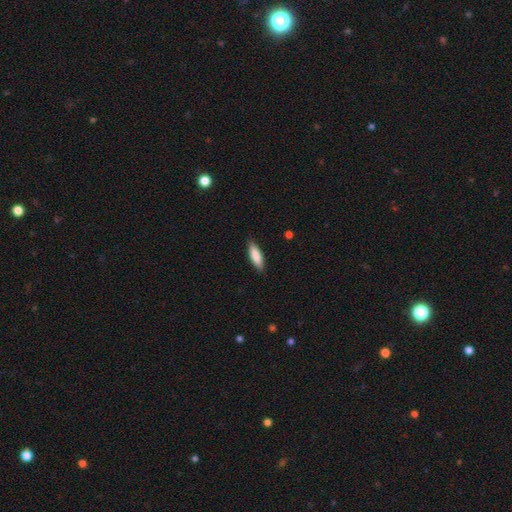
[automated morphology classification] type=smooth (82%); roundness=cigar-shaped (54%); merging=none (87%).